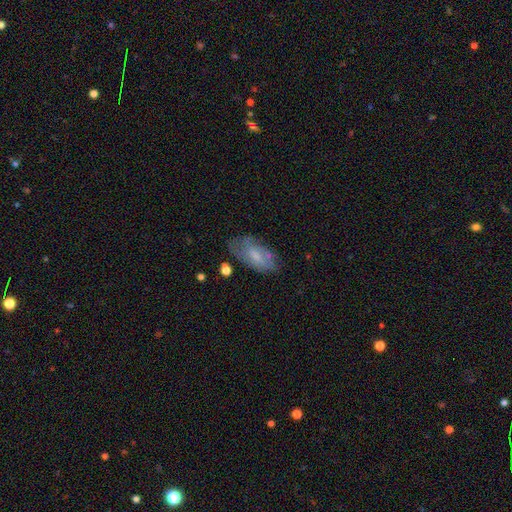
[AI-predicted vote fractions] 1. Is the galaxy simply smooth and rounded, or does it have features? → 52% smooth, 40% featured or disk, 7% star or artifact.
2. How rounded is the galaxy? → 90% in between, 7% cigar-shaped, 3% round.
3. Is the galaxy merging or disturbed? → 59% none, 27% minor disturbance, 11% major disturbance, 4% merger.